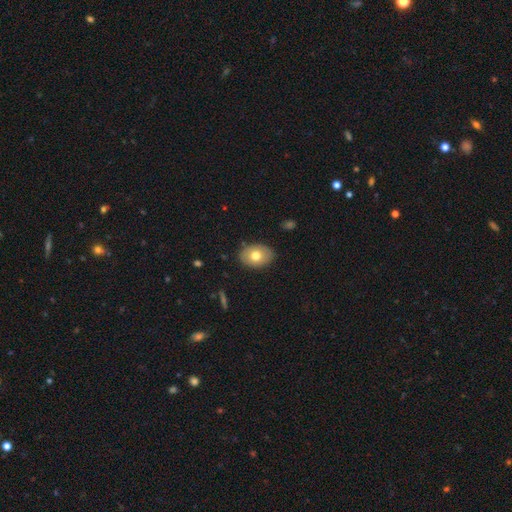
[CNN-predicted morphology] Q: Smooth or featured?
A: smooth (73%); runner-up: featured or disk (20%)
Q: How rounded?
A: in between (77%); runner-up: round (22%)
Q: Merging?
A: none (86%); runner-up: minor disturbance (10%)